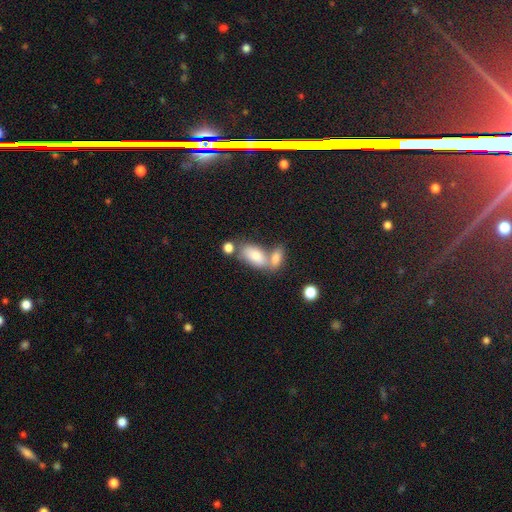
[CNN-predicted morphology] smooth-or-featured: smooth: 78% | featured or disk: 14% | star or artifact: 8%
  how-rounded: in between: 89% | cigar-shaped: 6% | round: 5%
  merging: merger: 49% | none: 36% | minor disturbance: 10% | major disturbance: 4%